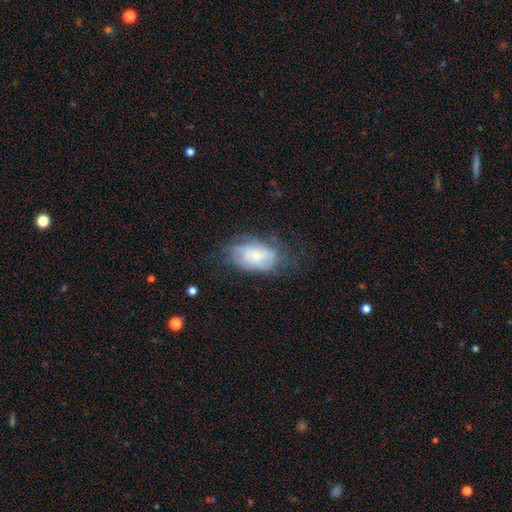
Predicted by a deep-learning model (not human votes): Smooth or featured? featured or disk (53%)
Edge-on disk? no (95%)
Bar? no (72%)
Spiral arms? yes (76%)
Bulge size? small (46%)
Merging? none (55%)